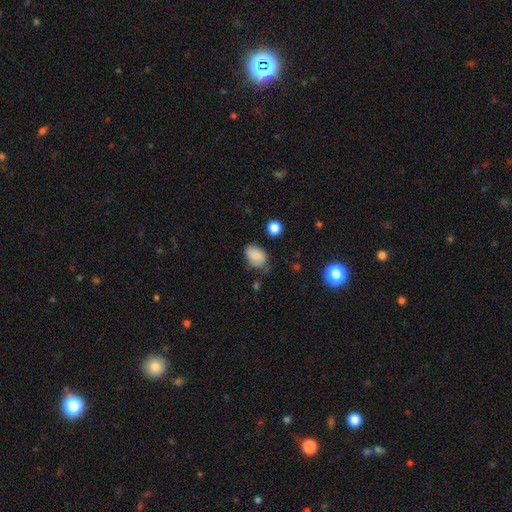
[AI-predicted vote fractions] Smooth or featured? Predicted: smooth (p=0.81). How rounded? Predicted: in between (p=0.83). Merging? Predicted: none (p=0.58).